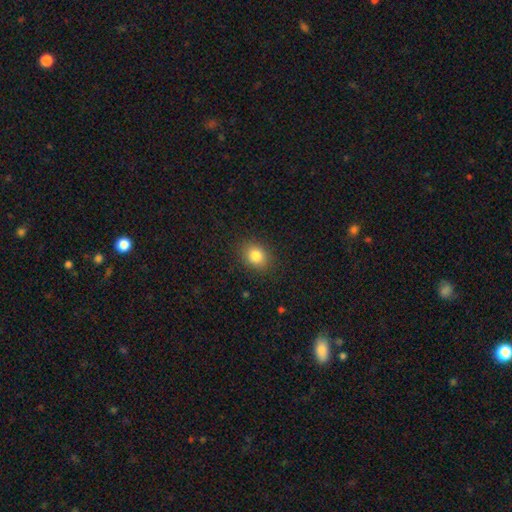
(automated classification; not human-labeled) smooth-or-featured: smooth: 83% | star or artifact: 11% | featured or disk: 7%
  how-rounded: round: 52% | in between: 47% | cigar-shaped: 1%
  merging: none: 87% | minor disturbance: 9% | major disturbance: 3% | merger: 1%